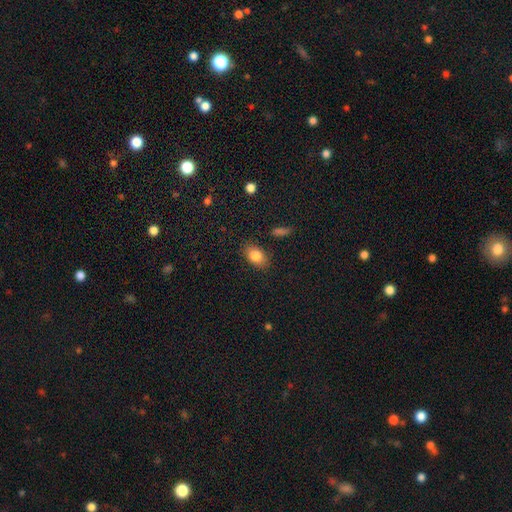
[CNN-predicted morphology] A smooth galaxy with no disk features (82%) that is in between round and cigar-shaped (83%).

Vote fractions:
- Smooth or featured? smooth: 82% / featured or disk: 9% / star or artifact: 9%
- How rounded? in between: 83% / round: 16% / cigar-shaped: 2%
- Merging? none: 85% / minor disturbance: 11% / major disturbance: 3% / merger: 2%